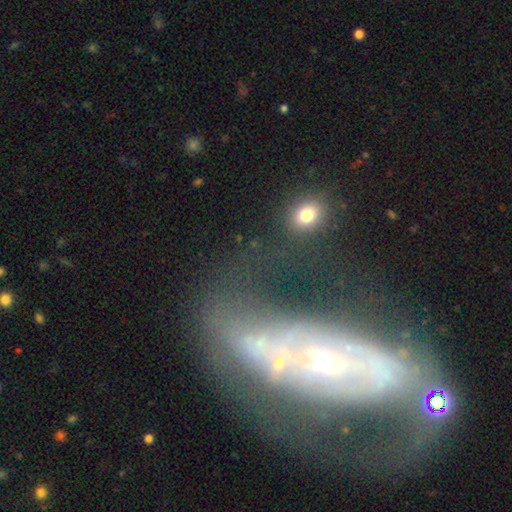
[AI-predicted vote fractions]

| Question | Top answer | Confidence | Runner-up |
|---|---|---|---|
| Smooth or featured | featured or disk | 72% | smooth (19%) |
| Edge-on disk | no | 89% | yes (11%) |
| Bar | no | 65% | weak (22%) |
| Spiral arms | yes | 53% | no (47%) |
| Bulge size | small | 54% | moderate (39%) |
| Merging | major disturbance | 32% | none (30%) |